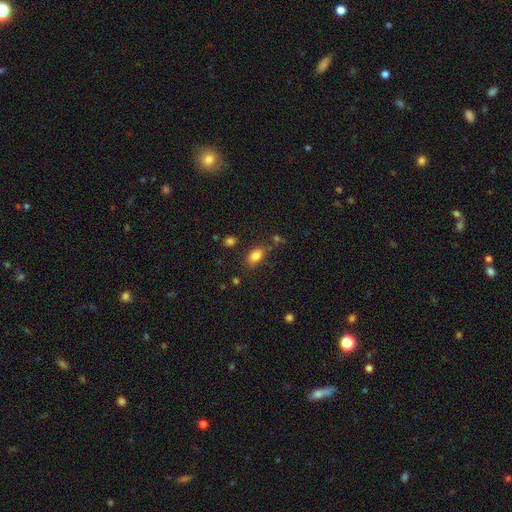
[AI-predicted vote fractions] smooth-or-featured: smooth: 83% | star or artifact: 10% | featured or disk: 7%
  how-rounded: in between: 86% | round: 12% | cigar-shaped: 2%
  merging: none: 77% | minor disturbance: 14% | merger: 5% | major disturbance: 4%